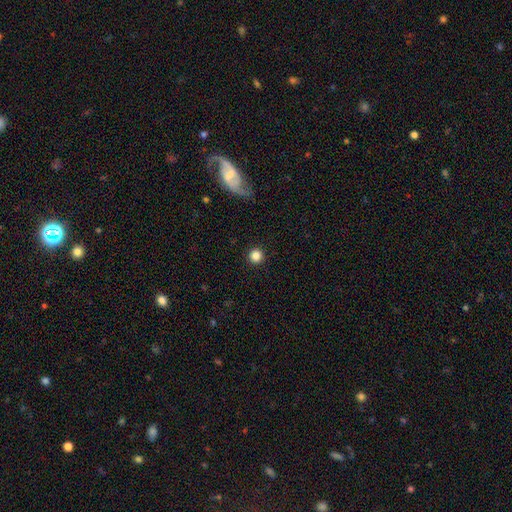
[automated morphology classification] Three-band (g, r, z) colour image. It shows a smooth galaxy with no disk features (84%) that is round (96%). Merging: none (92%).